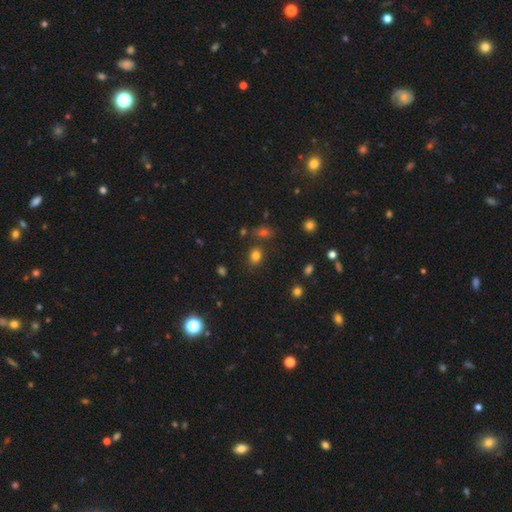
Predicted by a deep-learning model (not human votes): Smooth or featured? Predicted: smooth (p=0.78). How rounded? Predicted: round (p=0.55). Merging? Predicted: none (p=0.79).